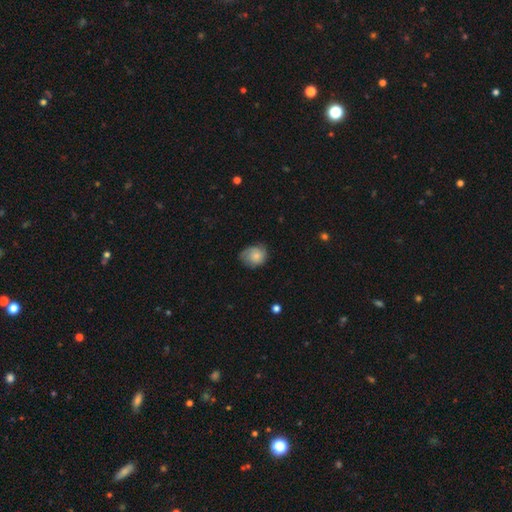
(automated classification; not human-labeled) Overall: smooth (66%; featured or disk 27%). How rounded: round (61%; in between 39%). Merging: none (59%; minor disturbance 30%).